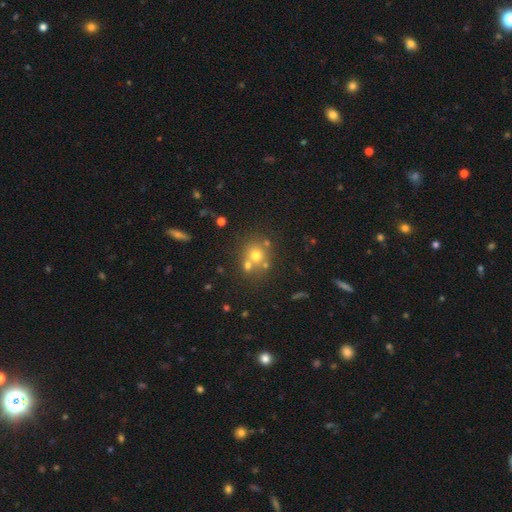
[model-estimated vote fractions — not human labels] smooth_or_featured: smooth (p=0.65) [alt: star or artifact p=0.18]
how_rounded: round (p=0.83) [alt: in between p=0.16]
merging: none (p=0.55) [alt: merger p=0.32]